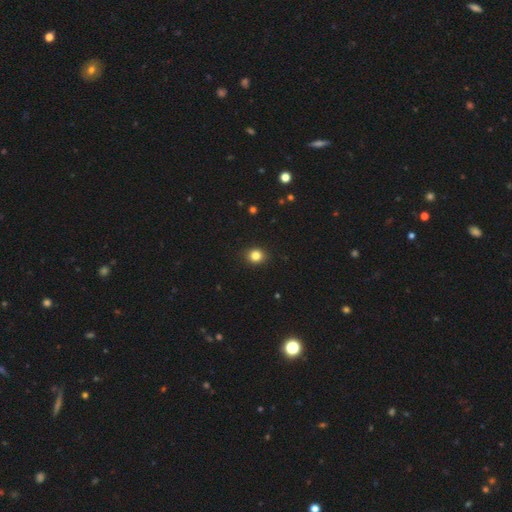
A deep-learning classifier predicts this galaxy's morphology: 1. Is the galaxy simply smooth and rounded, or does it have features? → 83% smooth, 12% star or artifact, 5% featured or disk.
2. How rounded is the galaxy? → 74% round, 25% in between, 1% cigar-shaped.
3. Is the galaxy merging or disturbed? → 91% none, 7% minor disturbance, 2% major disturbance, 1% merger.